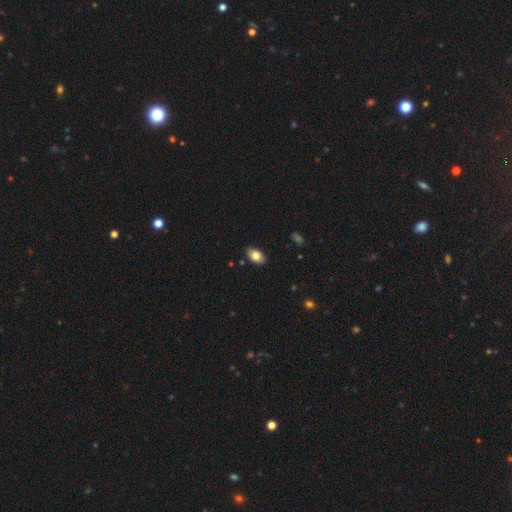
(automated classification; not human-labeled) smooth_or_featured: smooth (p=0.82) [alt: featured or disk p=0.10]
how_rounded: in between (p=0.89) [alt: round p=0.09]
merging: none (p=0.87) [alt: minor disturbance p=0.10]